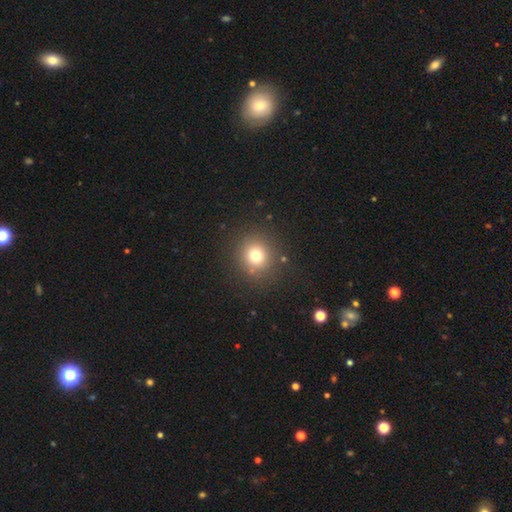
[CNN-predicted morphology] A smooth galaxy with no disk features (75%) that is round (89%).

Vote fractions:
- Smooth or featured? smooth: 75% / star or artifact: 16% / featured or disk: 9%
- How rounded? round: 89% / in between: 10% / cigar-shaped: 1%
- Merging? none: 87% / minor disturbance: 7% / major disturbance: 4% / merger: 2%